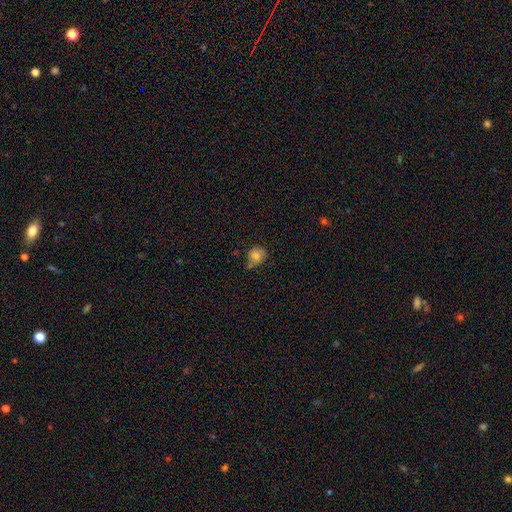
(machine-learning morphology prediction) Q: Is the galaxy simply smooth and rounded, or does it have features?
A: smooth — 75%.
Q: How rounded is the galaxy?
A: round — 72%.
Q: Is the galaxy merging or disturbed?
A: none — 51%.